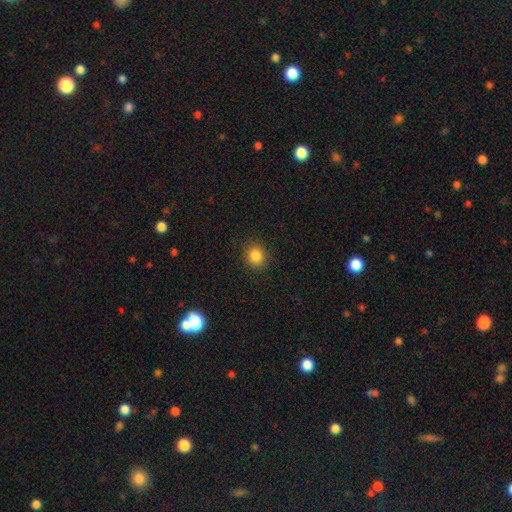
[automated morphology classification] smooth-or-featured: smooth: 85% | star or artifact: 11% | featured or disk: 4%
  how-rounded: round: 81% | in between: 18% | cigar-shaped: 1%
  merging: none: 90% | minor disturbance: 7% | major disturbance: 2% | merger: 1%